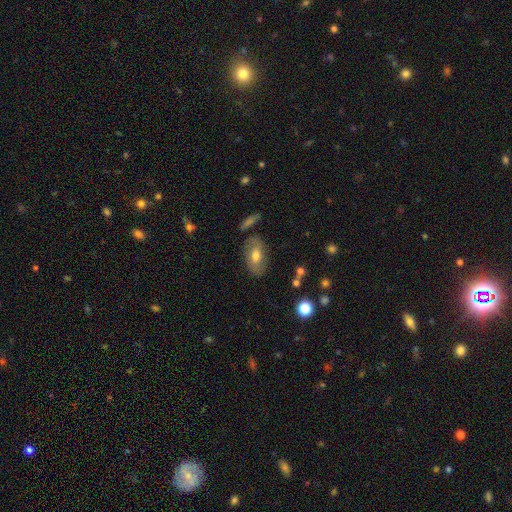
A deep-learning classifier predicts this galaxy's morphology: Smooth or featured?
  - smooth: 52% *
  - featured or disk: 40%
  - star or artifact: 8%
How rounded?
  - in between: 88% *
  - round: 7%
  - cigar-shaped: 5%
Merging?
  - none: 76% *
  - minor disturbance: 15%
  - major disturbance: 5%
  - merger: 4%